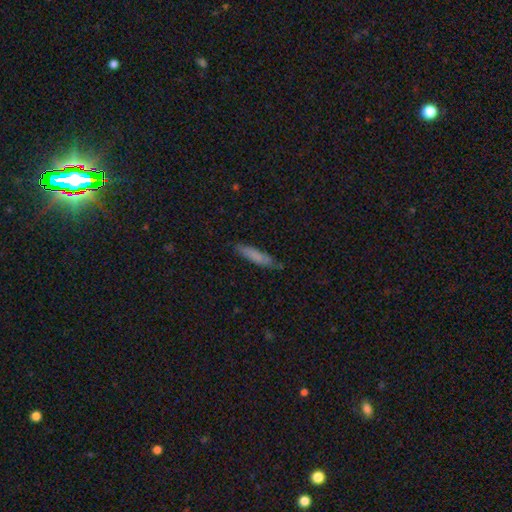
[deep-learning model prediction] Overall: smooth (78%). How rounded: cigar-shaped (83%). Merging: none (80%).